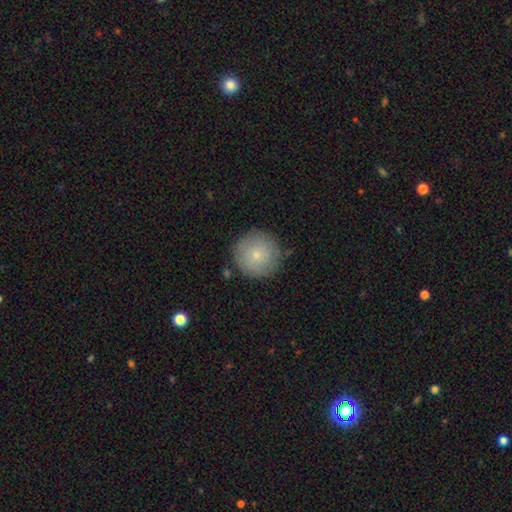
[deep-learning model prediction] A smooth galaxy with no disk features (79%) that is round (96%). Merging: none (84%).